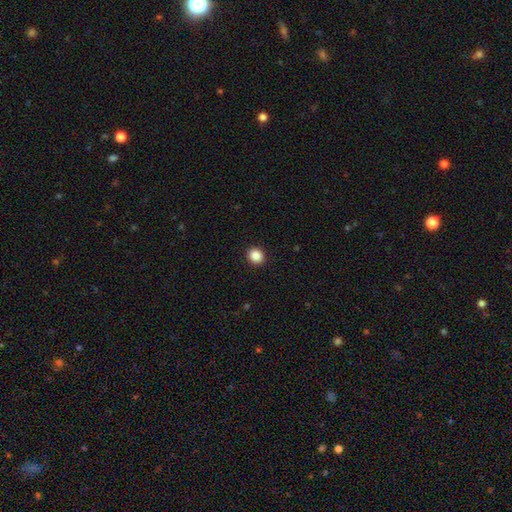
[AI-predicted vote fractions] smooth 88%, star or artifact 9%, featured or disk 3%. Down the decision tree: how rounded — round (77%); merging — none (92%).